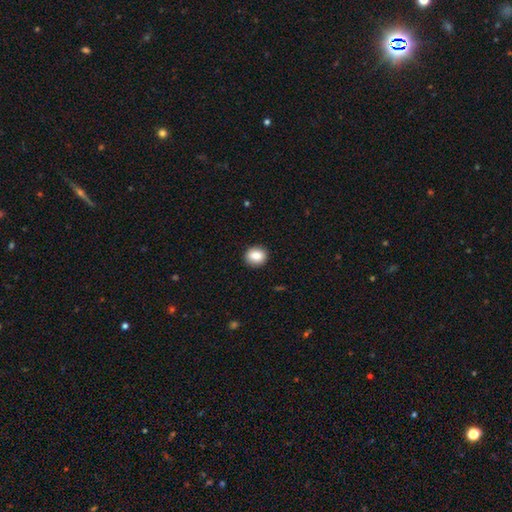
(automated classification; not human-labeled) Smooth or featured: smooth — 87% (star or artifact — 8%)
How rounded: round — 66% (in between — 33%)
Merging: none — 90% (minor disturbance — 7%)